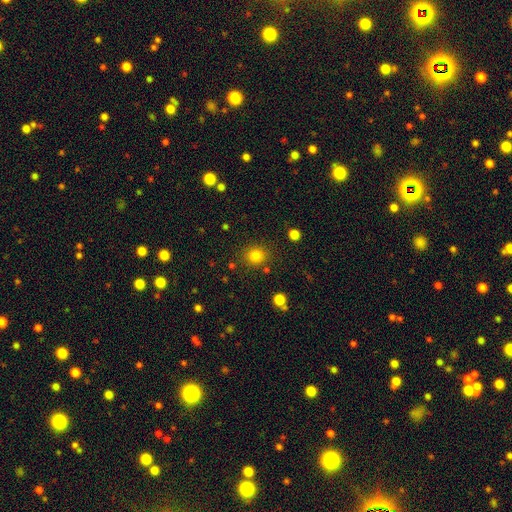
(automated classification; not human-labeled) Overall: smooth (82%). How rounded: round (84%). Merging: none (85%).